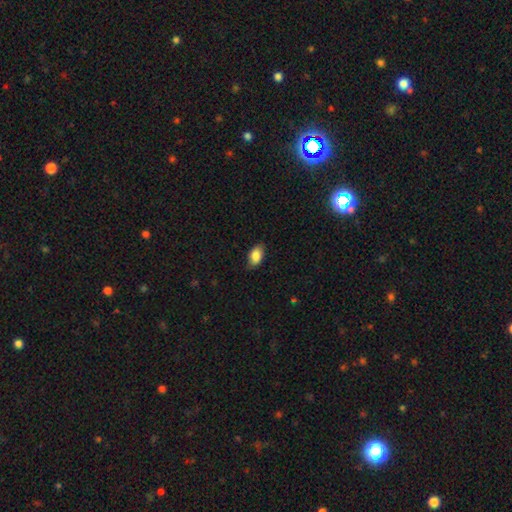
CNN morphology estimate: smooth_or_featured: smooth (p=0.86) [alt: featured or disk p=0.07]
how_rounded: in between (p=0.91) [alt: round p=0.07]
merging: none (p=0.80) [alt: minor disturbance p=0.16]